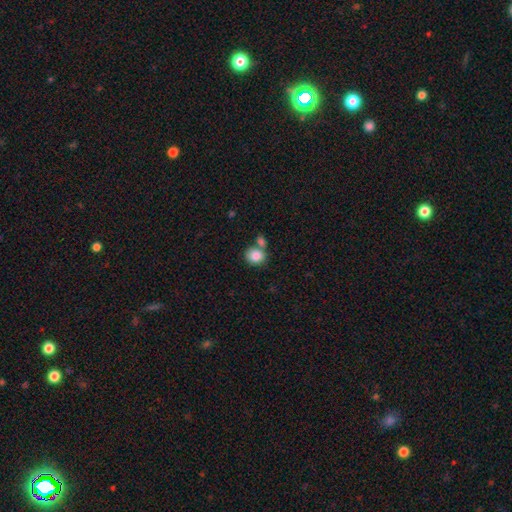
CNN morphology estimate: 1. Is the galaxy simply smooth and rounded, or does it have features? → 85% smooth, 8% star or artifact, 6% featured or disk.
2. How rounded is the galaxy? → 74% round, 25% in between, 1% cigar-shaped.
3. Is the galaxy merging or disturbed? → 55% none, 30% merger, 11% minor disturbance, 4% major disturbance.